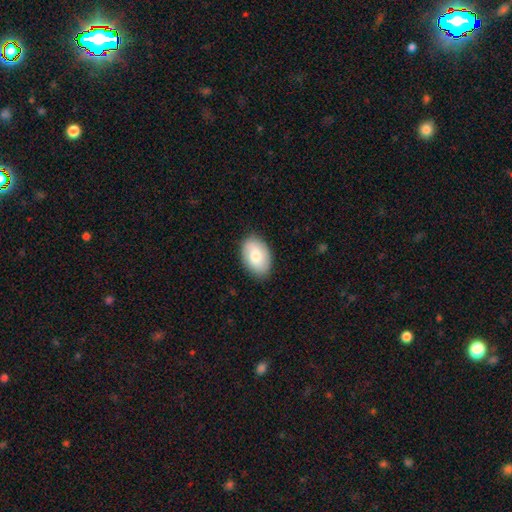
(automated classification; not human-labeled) Morphology: type=smooth (74%); roundness=in between (89%); merging=none (85%).